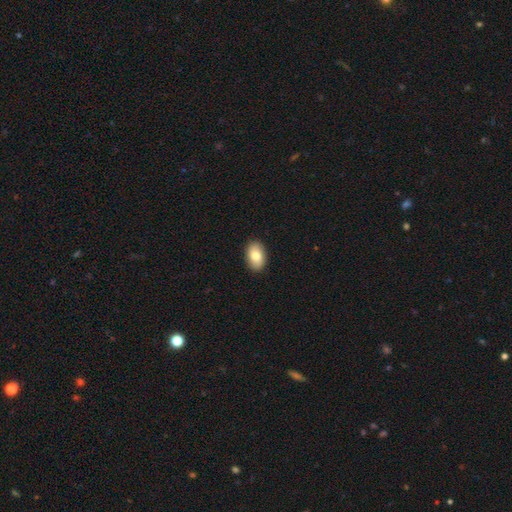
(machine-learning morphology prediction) smooth_or_featured: smooth (p=0.80) [alt: featured or disk p=0.13]
how_rounded: in between (p=0.89) [alt: round p=0.10]
merging: none (p=0.90) [alt: minor disturbance p=0.07]